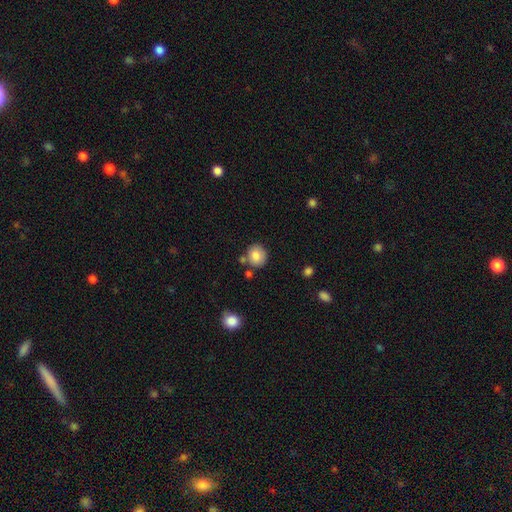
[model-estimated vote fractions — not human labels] Morphology: type=smooth (83%); roundness=round (82%); merging=none (73%).